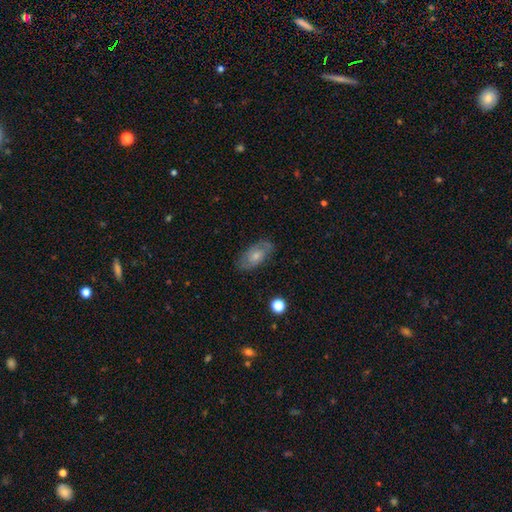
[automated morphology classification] smooth 47%, featured or disk 45%, star or artifact 8%. Down the decision tree: merging — none (74%).